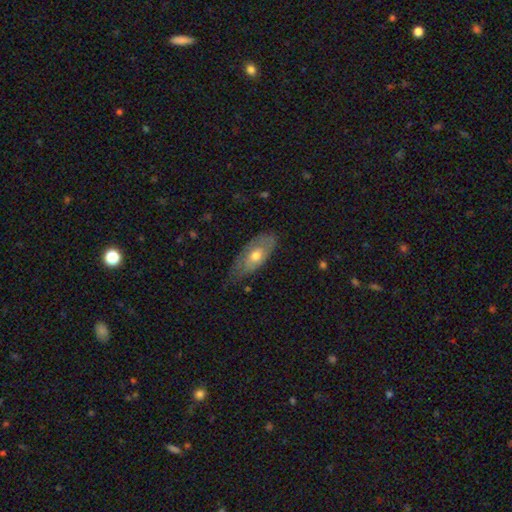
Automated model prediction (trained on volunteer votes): Smooth or featured? smooth (54%)
How rounded? in between (86%)
Merging? none (52%)